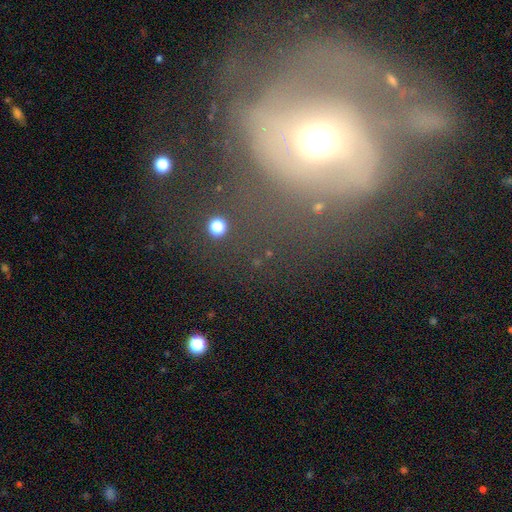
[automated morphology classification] The model was most divided on "merging": none: 43%, major disturbance: 28%, minor disturbance: 18%, merger: 11%. More confident: edge-on disk — no (95%); bulge size — moderate (67%); smooth or featured — featured or disk (63%); spiral arms — yes (62%); bar — no (62%).